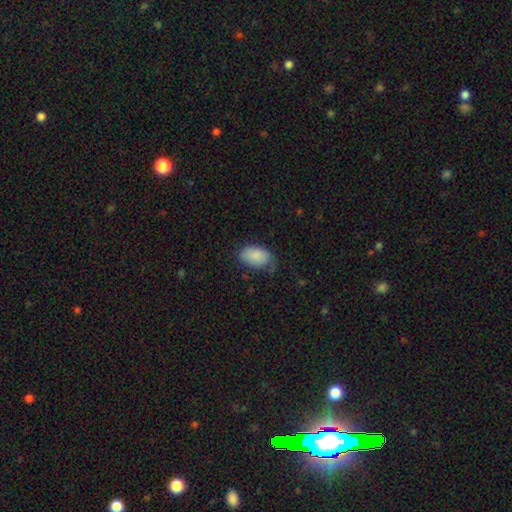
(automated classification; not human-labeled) This appears to be a smooth galaxy with no disk features (84%) that is in between round and cigar-shaped (93%). Merging: none (54%).